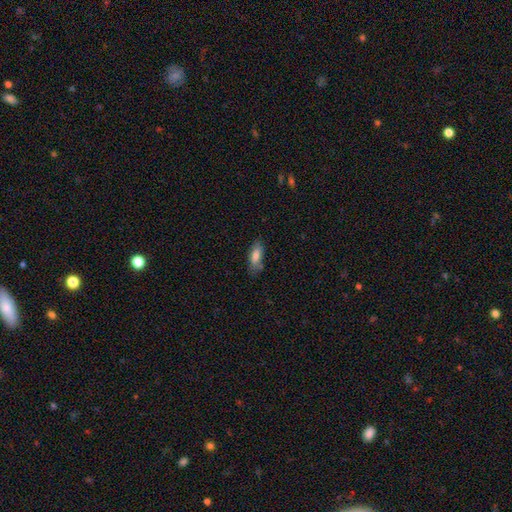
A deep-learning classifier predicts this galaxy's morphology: This appears to be a smooth galaxy with no disk features (79%) that is in between round and cigar-shaped (71%). Merging: none (71%).